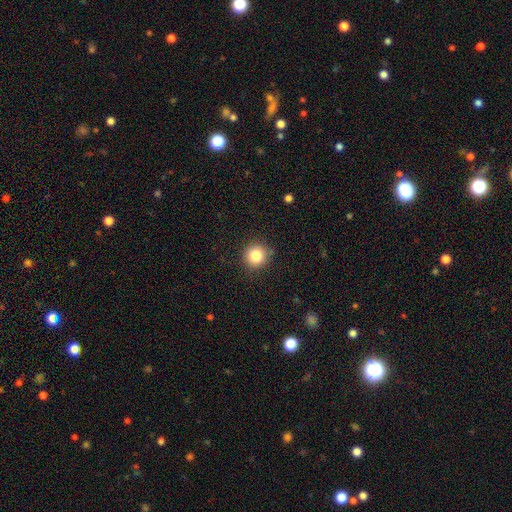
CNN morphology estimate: Overall: smooth (83%). How rounded: round (93%). Merging: none (87%).